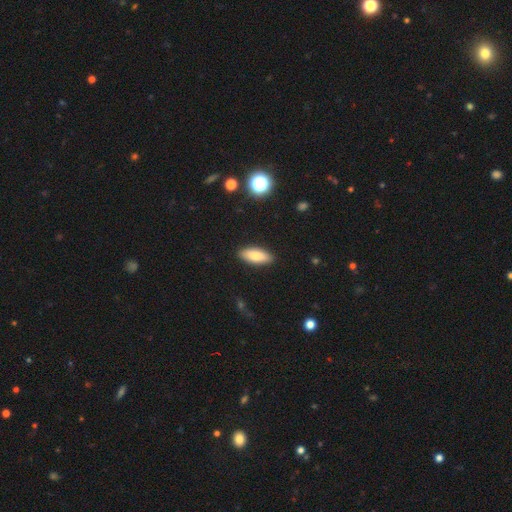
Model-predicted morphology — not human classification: The model was most divided on "how rounded": in between: 71%, cigar-shaped: 26%, round: 2%. More confident: merging — none (89%); smooth or featured — smooth (81%).